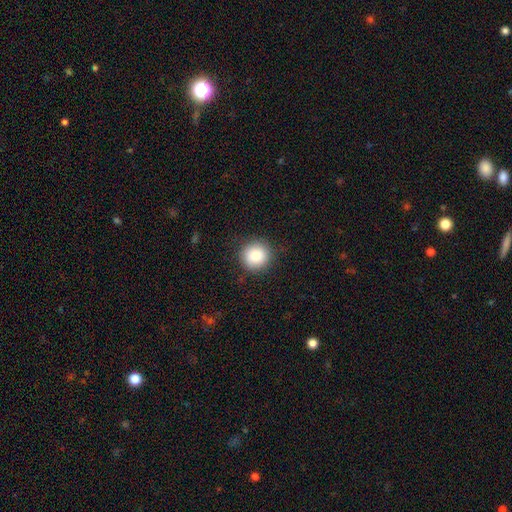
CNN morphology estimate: A smooth galaxy with no disk features (83%) that is round (94%). Merging: none (88%).